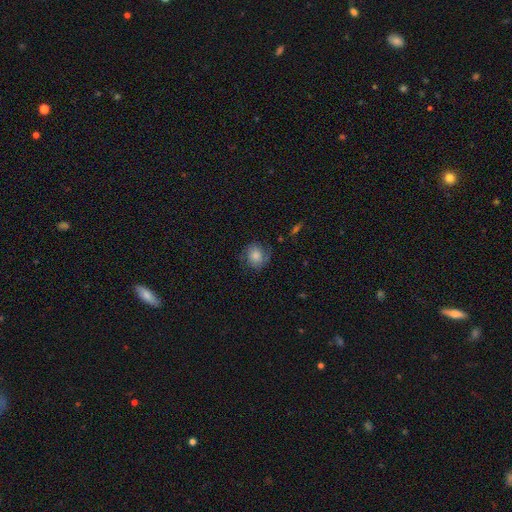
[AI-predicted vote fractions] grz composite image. It shows a smooth galaxy with no disk features (58%) that is round (76%). Merging: none (68%).